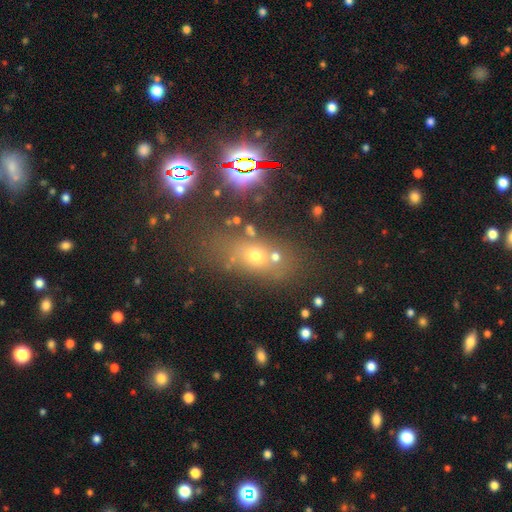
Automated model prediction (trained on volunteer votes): Smooth or featured?
  - smooth: 44% *
  - star or artifact: 38%
  - featured or disk: 17%
Merging?
  - none: 62% *
  - merger: 17%
  - minor disturbance: 14%
  - major disturbance: 8%